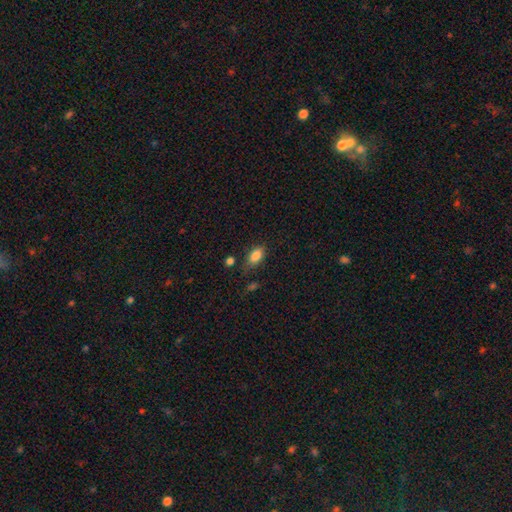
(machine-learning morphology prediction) This is clearly a smooth galaxy (85%). How rounded: clearly in between (89%). Merging: likely none (70%).